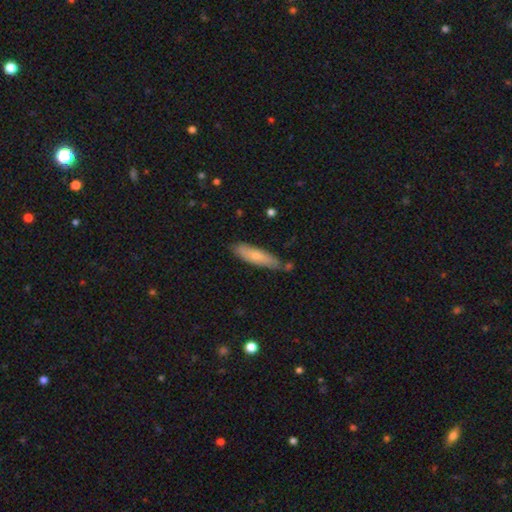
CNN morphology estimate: Smooth or featured? smooth (68%)
How rounded? cigar-shaped (70%)
Merging? none (73%)